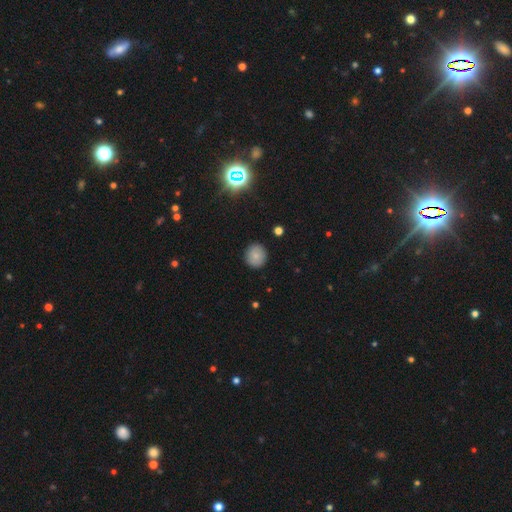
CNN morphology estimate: A smooth galaxy with no disk features (80%) that is round (89%).

Vote fractions:
- Smooth or featured? smooth: 80% / star or artifact: 12% / featured or disk: 9%
- How rounded? round: 89% / in between: 10% / cigar-shaped: 1%
- Merging? none: 89% / minor disturbance: 8% / major disturbance: 2% / merger: 1%